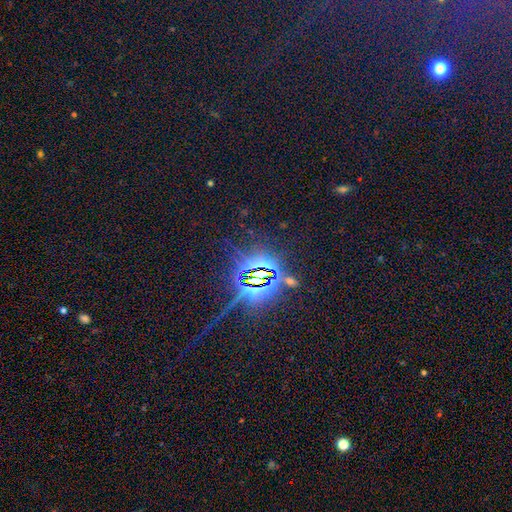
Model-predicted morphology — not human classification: smooth-or-featured: star or artifact: 85% | smooth: 8% | featured or disk: 7%